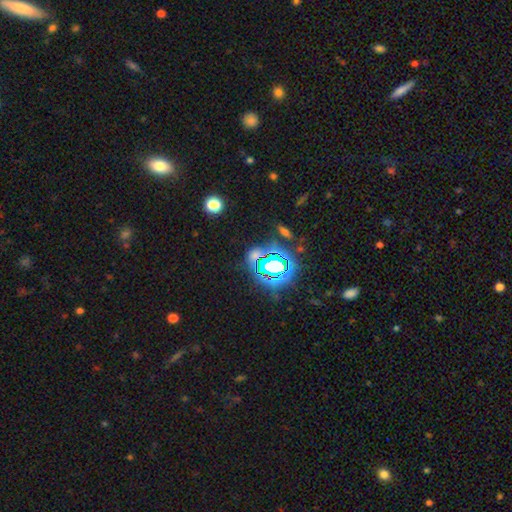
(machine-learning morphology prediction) A star or artifact, not a galaxy (65%).